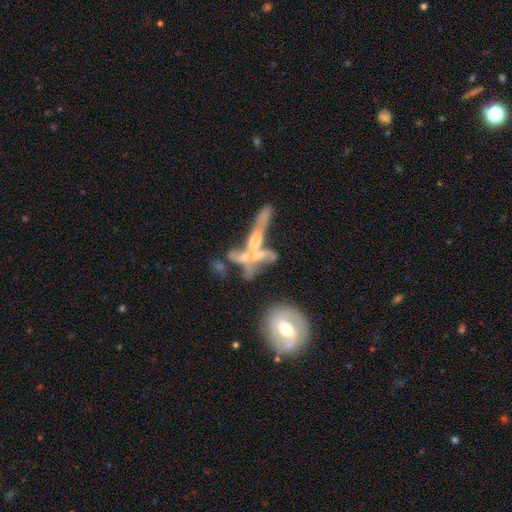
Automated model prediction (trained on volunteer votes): featured or disk 65%, smooth 22%, star or artifact 13%. Down the decision tree: edge-on disk — no (70%); merging — merger (47%).